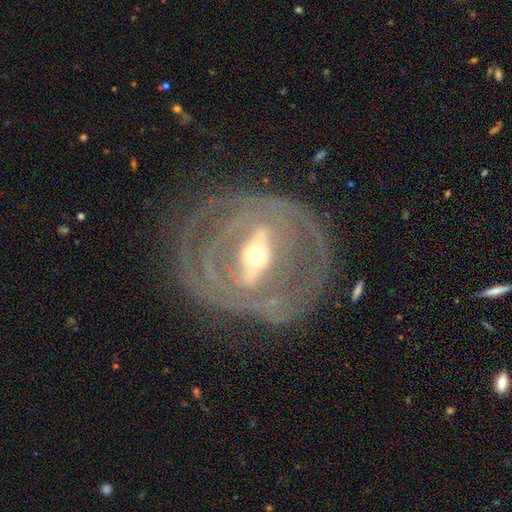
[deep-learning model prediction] Morphology: type=featured or disk (86%); edge-on=no (89%); bar=strong (69%); spiral arms=yes (77%); winding=tight (64%); arm count=2 (36%); bulge=moderate (52%); merging=none (72%).